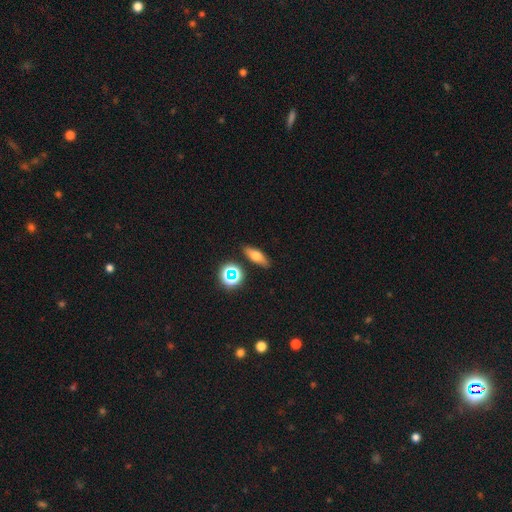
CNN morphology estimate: type=smooth (59%); roundness=in between (57%); merging=none (84%).